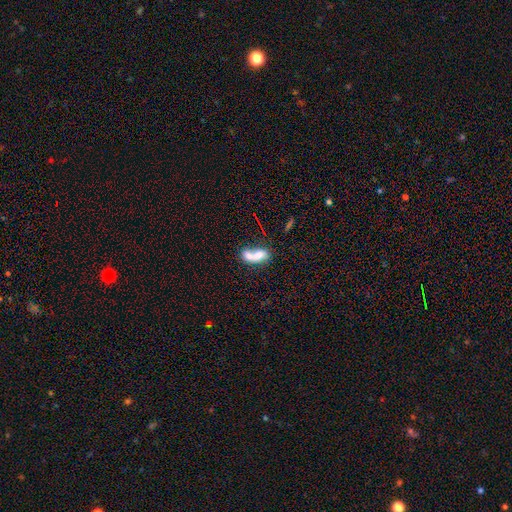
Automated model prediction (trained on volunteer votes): A smooth galaxy with no disk features (65%) that is in between round and cigar-shaped (77%).

Vote fractions:
- Smooth or featured? smooth: 65% / featured or disk: 26% / star or artifact: 9%
- How rounded? in between: 77% / round: 14% / cigar-shaped: 10%
- Merging? merger: 69% / none: 17% / minor disturbance: 7% / major disturbance: 7%